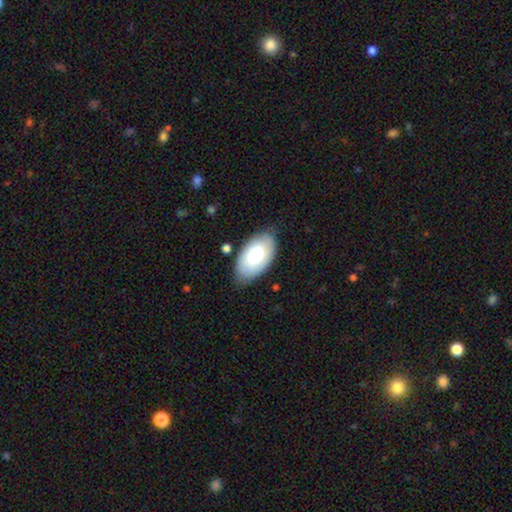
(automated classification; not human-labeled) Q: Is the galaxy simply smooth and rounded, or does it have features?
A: smooth — 75%.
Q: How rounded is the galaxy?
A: in between — 95%.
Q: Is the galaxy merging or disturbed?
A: none — 77%.